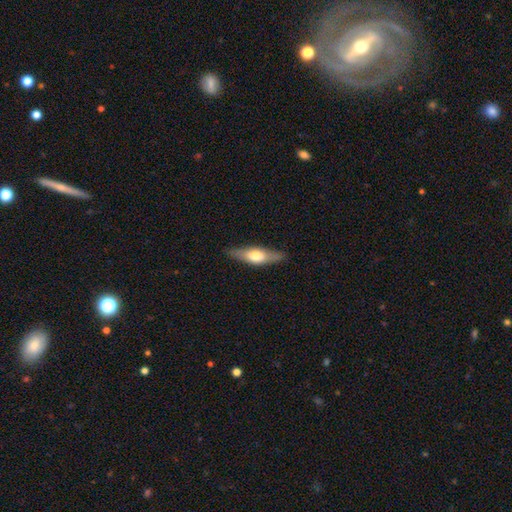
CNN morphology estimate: smooth 50%, featured or disk 45%, star or artifact 6%. Down the decision tree: merging — none (85%).